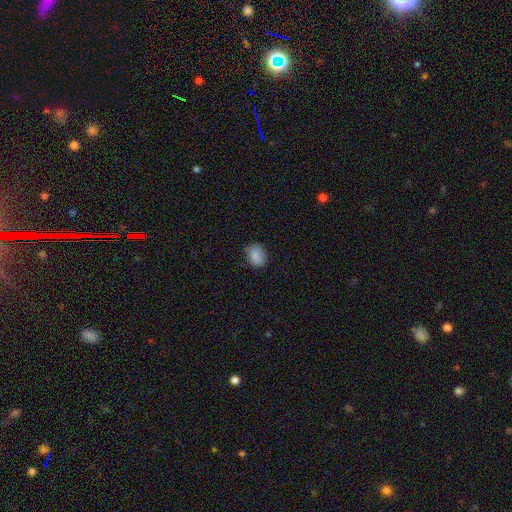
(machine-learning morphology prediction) Smooth or featured: smooth — 86% (star or artifact — 9%)
How rounded: in between — 62% (round — 37%)
Merging: none — 75% (minor disturbance — 20%)